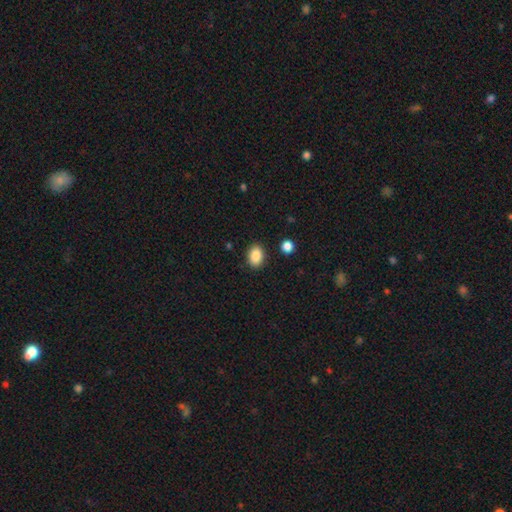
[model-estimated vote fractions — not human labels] Morphology: type=smooth (88%); roundness=in between (78%); merging=none (88%).